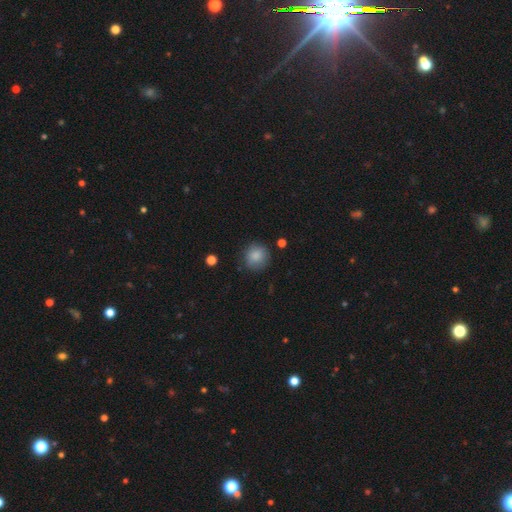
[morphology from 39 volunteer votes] A smooth galaxy with no disk features (87%) that is round (91%).

Vote fractions:
- Smooth or featured? smooth: 87% / star or artifact: 8% / featured or disk: 5%
- How rounded? round: 91% / in between: 9% / cigar-shaped: 0%
- Merging? none: 83% / minor disturbance: 11% / merger: 6% / major disturbance: 0%